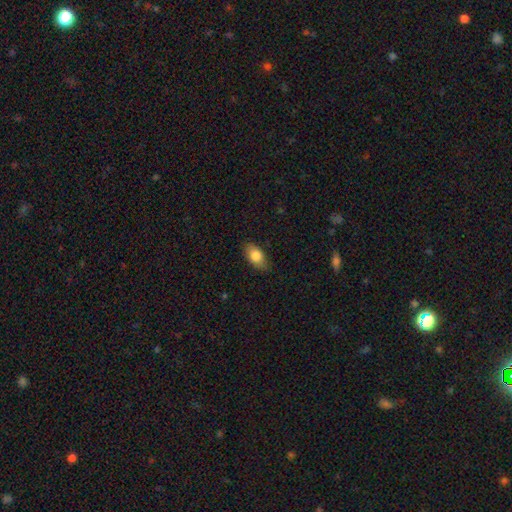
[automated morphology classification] Smooth or featured?
  - smooth: 80% *
  - featured or disk: 13%
  - star or artifact: 7%
How rounded?
  - in between: 90% *
  - round: 6%
  - cigar-shaped: 4%
Merging?
  - none: 83% *
  - minor disturbance: 13%
  - major disturbance: 3%
  - merger: 1%